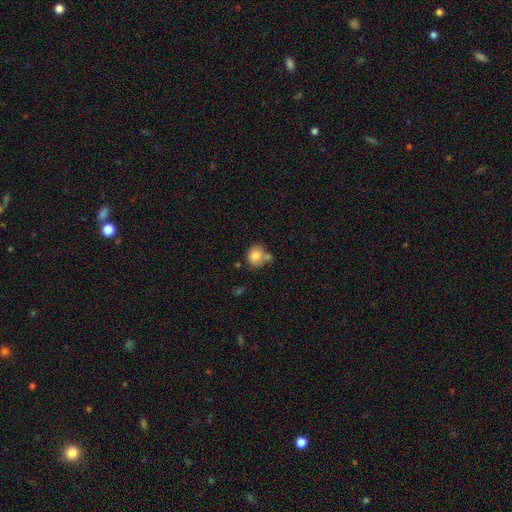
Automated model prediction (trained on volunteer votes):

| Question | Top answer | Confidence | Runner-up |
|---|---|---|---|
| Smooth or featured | smooth | 81% | featured or disk (10%) |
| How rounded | round | 73% | in between (26%) |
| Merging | none | 53% | merger (26%) |